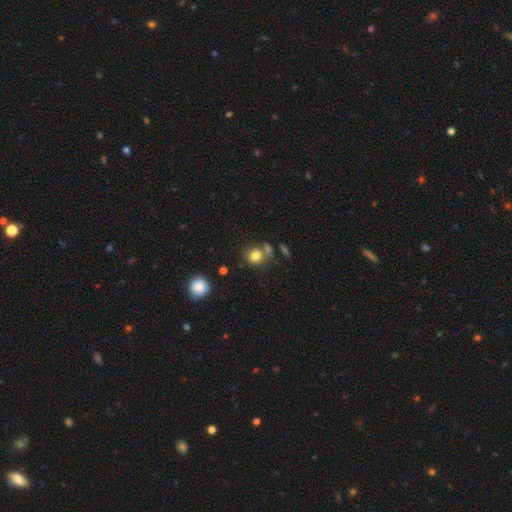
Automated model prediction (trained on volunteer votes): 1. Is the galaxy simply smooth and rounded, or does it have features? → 81% smooth, 11% star or artifact, 8% featured or disk.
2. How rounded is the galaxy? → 82% round, 17% in between, 1% cigar-shaped.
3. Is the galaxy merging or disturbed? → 64% none, 20% merger, 12% minor disturbance, 4% major disturbance.